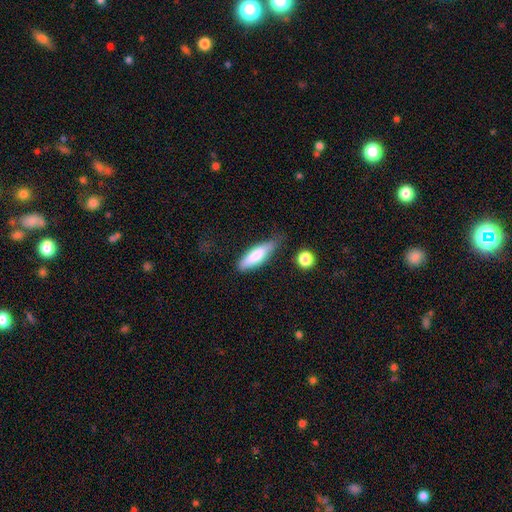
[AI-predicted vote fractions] A smooth galaxy with no disk features (77%) that is cigar-shaped (58%). Merging: none (65%).